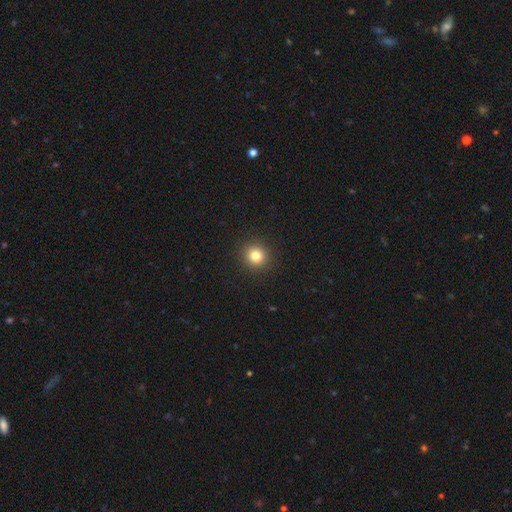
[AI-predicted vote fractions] A smooth galaxy with no disk features (82%) that is round (92%).

Vote fractions:
- Smooth or featured? smooth: 82% / star or artifact: 12% / featured or disk: 6%
- How rounded? round: 92% / in between: 7% / cigar-shaped: 1%
- Merging? none: 92% / minor disturbance: 5% / major disturbance: 2% / merger: 1%